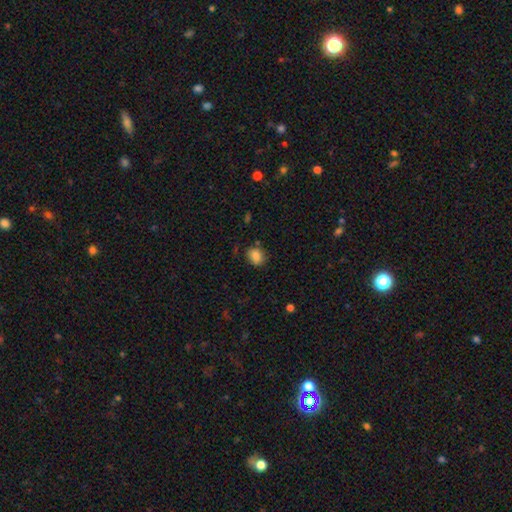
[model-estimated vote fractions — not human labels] This appears to be a smooth galaxy with no disk features (83%) that is round (59%). Merging: none (74%).